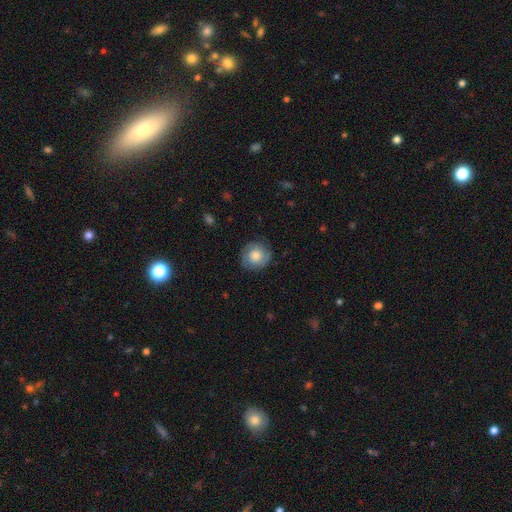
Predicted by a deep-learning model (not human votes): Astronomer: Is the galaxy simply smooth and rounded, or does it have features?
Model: smooth — 56% (runner-up: featured or disk, 36%).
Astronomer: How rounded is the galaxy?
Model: round — 87%.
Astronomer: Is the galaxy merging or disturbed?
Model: none — 81%.